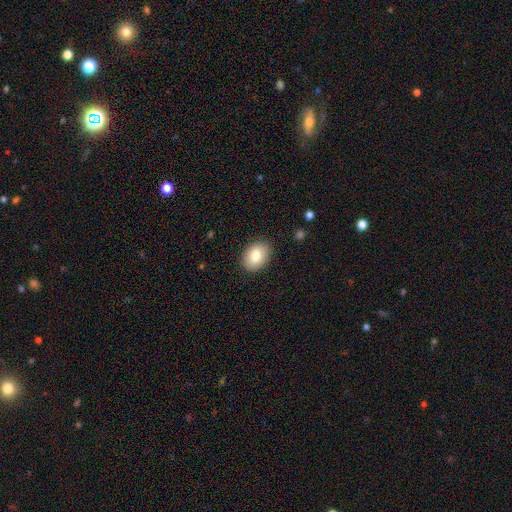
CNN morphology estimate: A smooth galaxy with no disk features (82%) that is in between round and cigar-shaped (71%).

Vote fractions:
- Smooth or featured? smooth: 82% / featured or disk: 11% / star or artifact: 7%
- How rounded? in between: 71% / round: 28% / cigar-shaped: 1%
- Merging? none: 87% / minor disturbance: 9% / major disturbance: 2% / merger: 1%